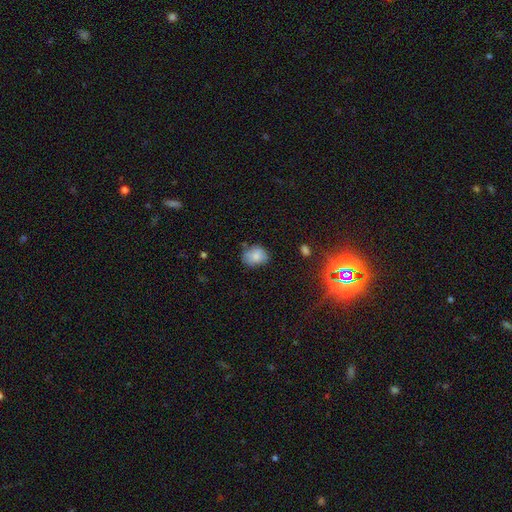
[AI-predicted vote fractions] A smooth galaxy with no disk features (80%) that is in between round and cigar-shaped (53%). Merging: none (66%).